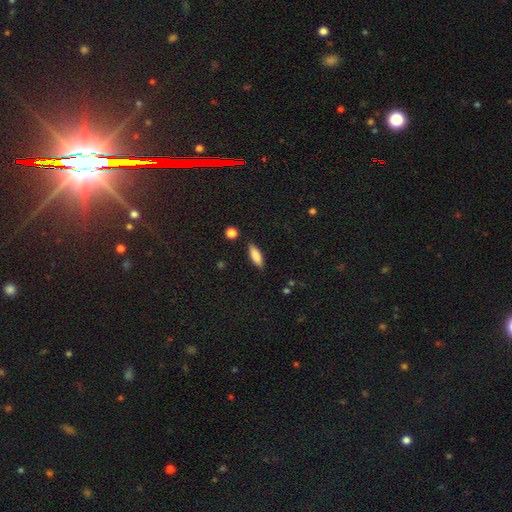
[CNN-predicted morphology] smooth 83%, featured or disk 10%, star or artifact 7%. Down the decision tree: how rounded — in between (58%); merging — none (86%).